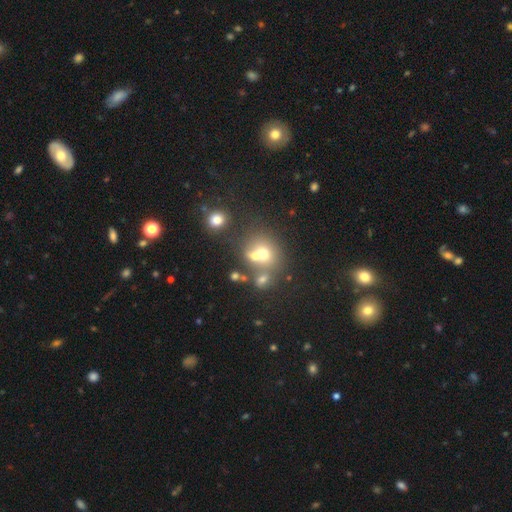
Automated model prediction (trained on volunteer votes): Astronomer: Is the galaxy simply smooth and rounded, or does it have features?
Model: smooth — 63%.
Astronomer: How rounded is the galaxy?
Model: round — 72%.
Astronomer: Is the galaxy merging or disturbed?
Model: merger — 48% (runner-up: none, 37%).